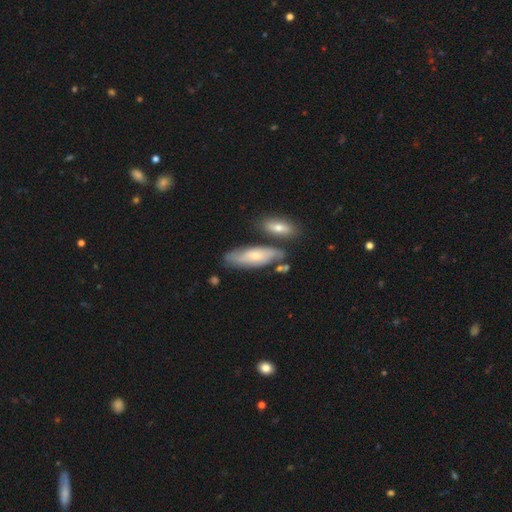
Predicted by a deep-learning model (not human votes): The model was most divided on "smooth or featured": smooth: 54%, featured or disk: 39%, star or artifact: 6%. More confident: merging — none (65%); how rounded — in between (60%).